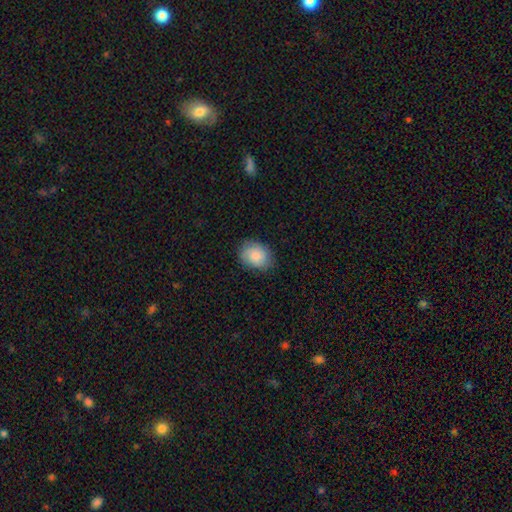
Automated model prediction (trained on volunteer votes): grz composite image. It shows a smooth galaxy with no disk features (77%) that is in between round and cigar-shaped (63%). Merging: none (79%).